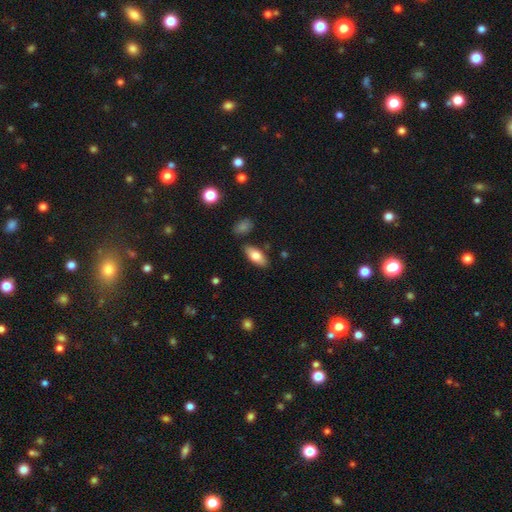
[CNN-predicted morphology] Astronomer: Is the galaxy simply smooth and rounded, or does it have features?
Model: smooth — 78%.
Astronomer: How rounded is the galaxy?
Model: in between — 85%.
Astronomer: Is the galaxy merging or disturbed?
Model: none — 83%.